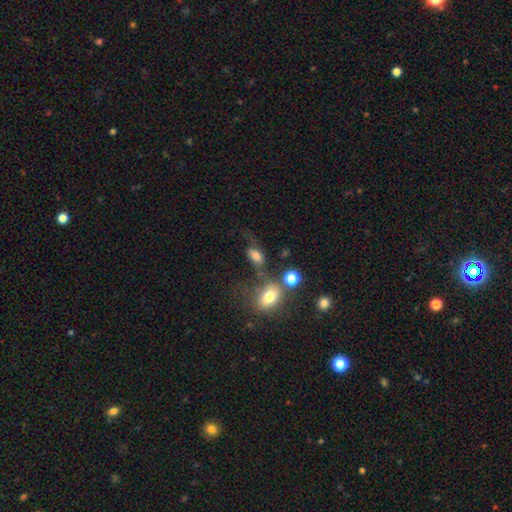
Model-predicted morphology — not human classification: Smooth or featured?
  - smooth: 70% *
  - featured or disk: 18%
  - star or artifact: 13%
How rounded?
  - in between: 82% *
  - round: 13%
  - cigar-shaped: 5%
Merging?
  - none: 38% *
  - major disturbance: 24%
  - minor disturbance: 21%
  - merger: 16%